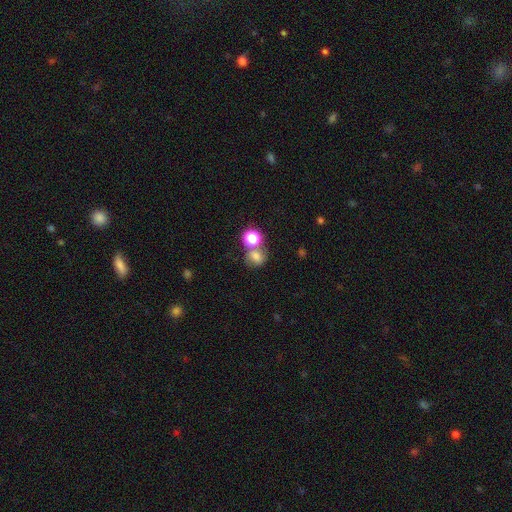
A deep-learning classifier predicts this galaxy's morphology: A smooth galaxy with no disk features (65%) that is round (66%). Merging: none (49%).